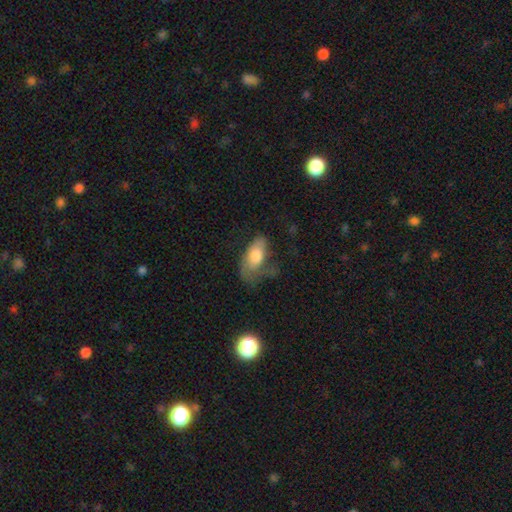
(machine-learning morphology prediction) Smooth or featured: smooth — 67% (featured or disk — 27%)
How rounded: in between — 86% (cigar-shaped — 10%)
Merging: major disturbance — 37% (none — 30%)